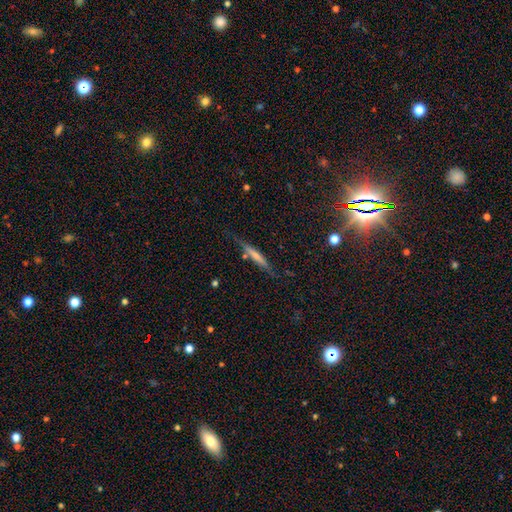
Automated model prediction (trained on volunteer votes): Overall: smooth (48%; featured or disk 45%). Merging: none (74%).